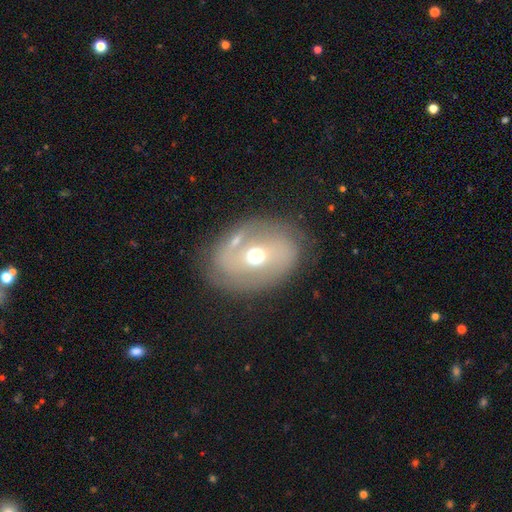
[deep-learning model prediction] smooth-or-featured: featured or disk: 66% | smooth: 26% | star or artifact: 9%
  disk-edge-on: no: 95% | yes: 5%
    bar: no: 45% | weak: 38% | strong: 17%
    has-spiral-arms: yes: 63% | no: 37%
    bulge-size: moderate: 75% | small: 14% | large: 8% | dominant: 1% | none: 1%
  merging: none: 73% | minor disturbance: 16% | major disturbance: 6% | merger: 5%